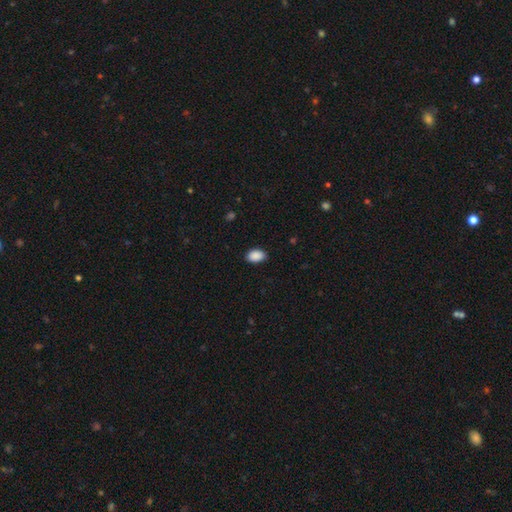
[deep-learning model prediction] Smooth or featured? smooth (90%)
How rounded? in between (89%)
Merging? none (88%)